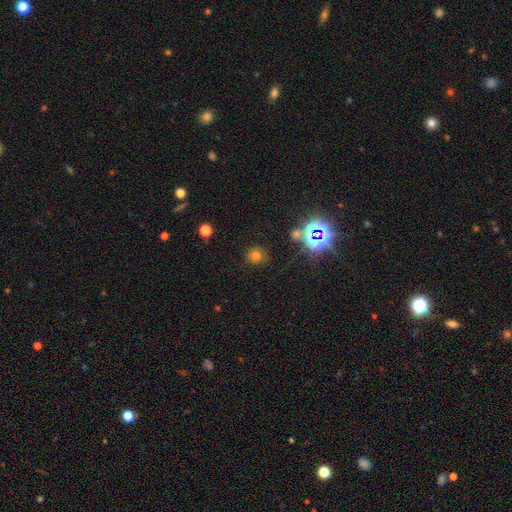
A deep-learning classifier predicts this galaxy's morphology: Smooth or featured: smooth — 67% (star or artifact — 26%)
How rounded: round — 89% (in between — 9%)
Merging: none — 84% (minor disturbance — 9%)